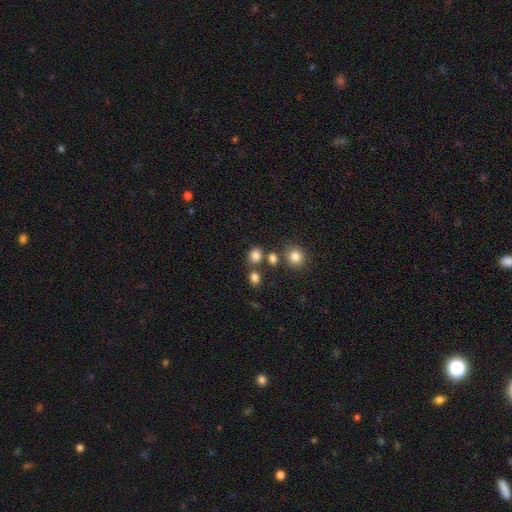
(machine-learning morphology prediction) Smooth or featured: smooth — 81% (star or artifact — 14%)
How rounded: round — 66% (in between — 33%)
Merging: none — 66% (merger — 18%)